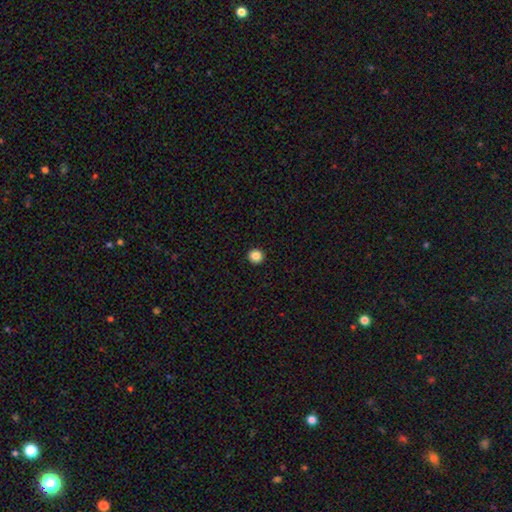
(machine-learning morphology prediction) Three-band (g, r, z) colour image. It shows a smooth galaxy with no disk features (86%) that is round (95%). Merging: none (94%).